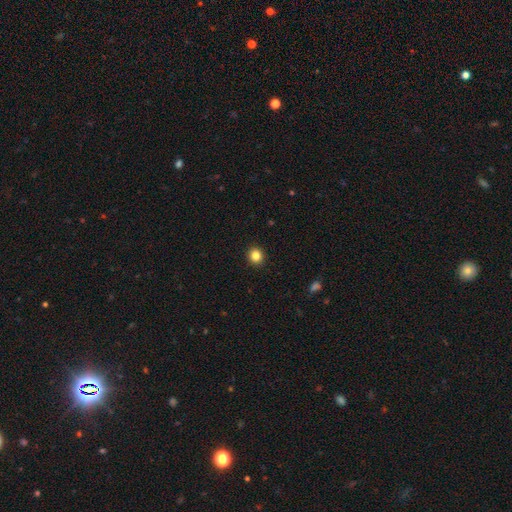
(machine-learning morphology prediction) smooth 84%, star or artifact 11%, featured or disk 5%. Down the decision tree: how rounded — round (88%); merging — none (93%).